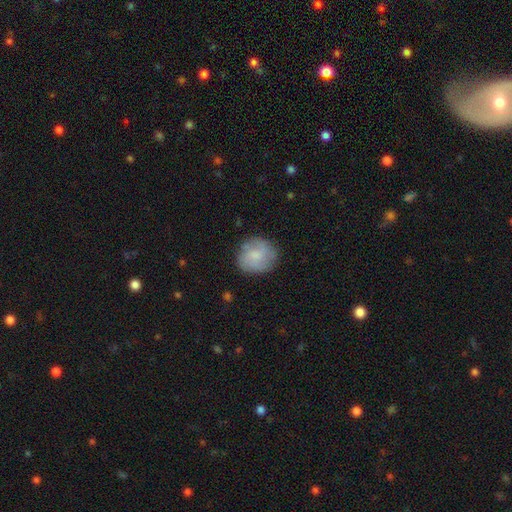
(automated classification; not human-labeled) A smooth galaxy with no disk features (62%) that is round (84%). Merging: none (78%).